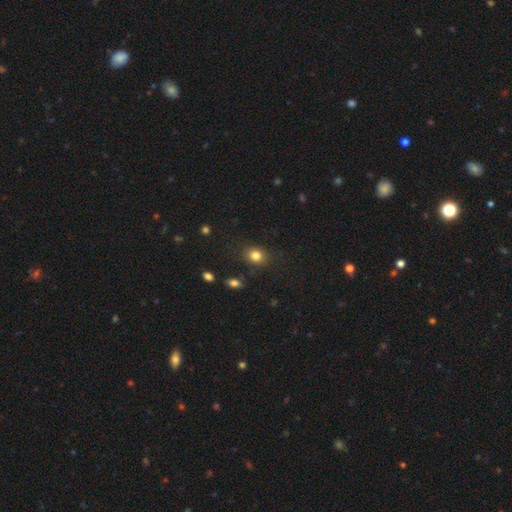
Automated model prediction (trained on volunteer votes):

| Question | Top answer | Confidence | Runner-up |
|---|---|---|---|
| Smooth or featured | smooth | 82% | star or artifact (12%) |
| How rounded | round | 56% | in between (43%) |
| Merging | none | 82% | minor disturbance (12%) |